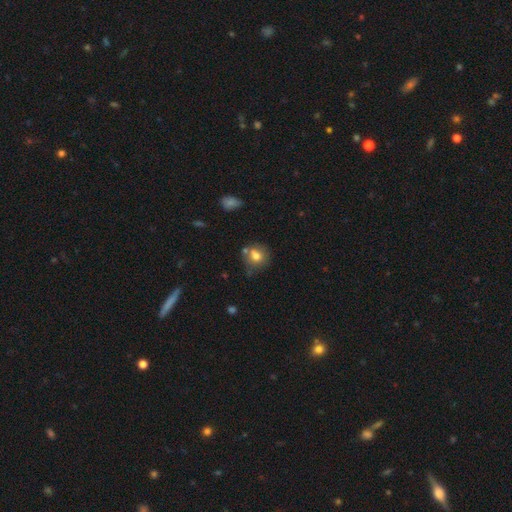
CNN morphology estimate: smooth-or-featured: smooth: 75% | featured or disk: 15% | star or artifact: 10%
  how-rounded: round: 77% | in between: 22% | cigar-shaped: 1%
  merging: none: 56% | minor disturbance: 20% | merger: 18% | major disturbance: 6%